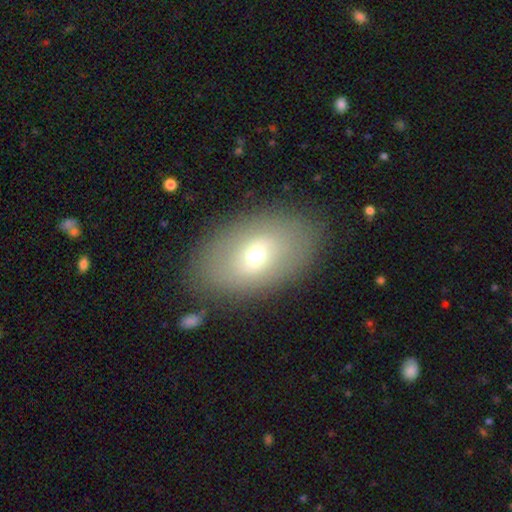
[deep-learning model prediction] Smooth or featured? Predicted: smooth (p=0.56). How rounded? Predicted: in between (p=0.86). Merging? Predicted: none (p=0.83).